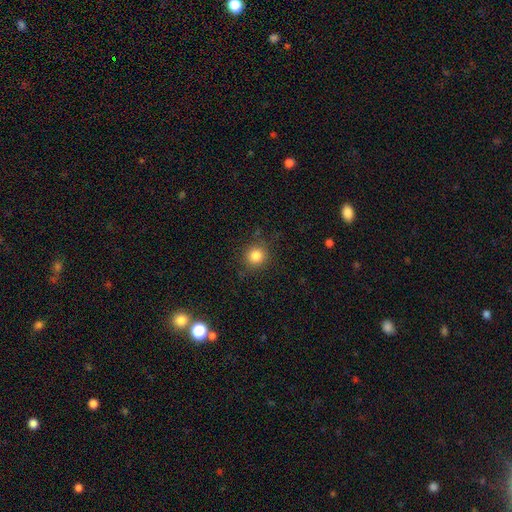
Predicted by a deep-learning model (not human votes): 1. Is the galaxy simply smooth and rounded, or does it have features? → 83% smooth, 11% star or artifact, 5% featured or disk.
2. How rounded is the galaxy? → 91% round, 8% in between, 1% cigar-shaped.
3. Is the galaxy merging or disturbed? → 85% none, 10% minor disturbance, 4% major disturbance, 1% merger.